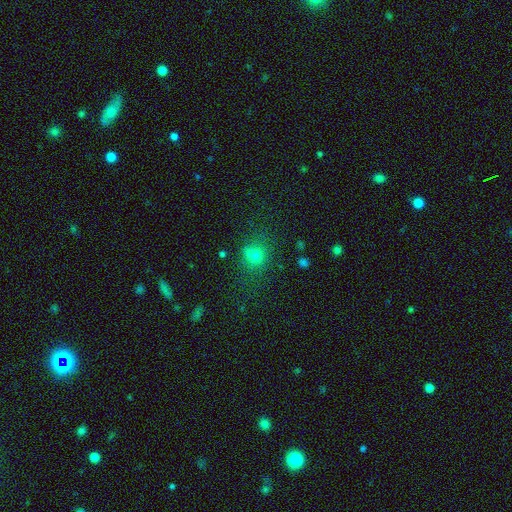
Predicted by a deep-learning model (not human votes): This appears to be a smooth galaxy with no disk features (69%) that is round (76%). Merging: none (66%).